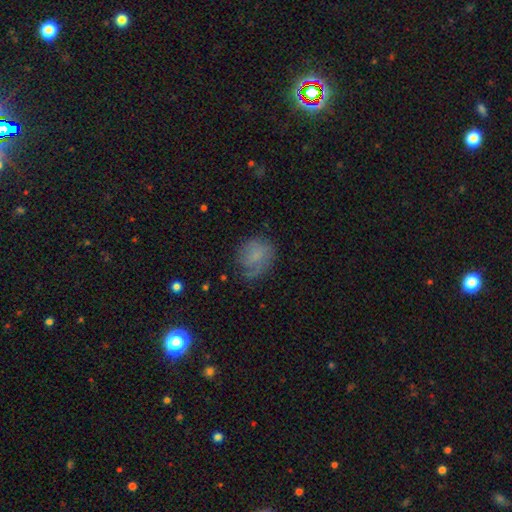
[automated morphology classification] A smooth galaxy with no disk features (59%) that is round (66%).

Vote fractions:
- Smooth or featured? smooth: 59% / featured or disk: 30% / star or artifact: 11%
- How rounded? round: 66% / in between: 32% / cigar-shaped: 1%
- Merging? none: 52% / minor disturbance: 28% / major disturbance: 18% / merger: 2%